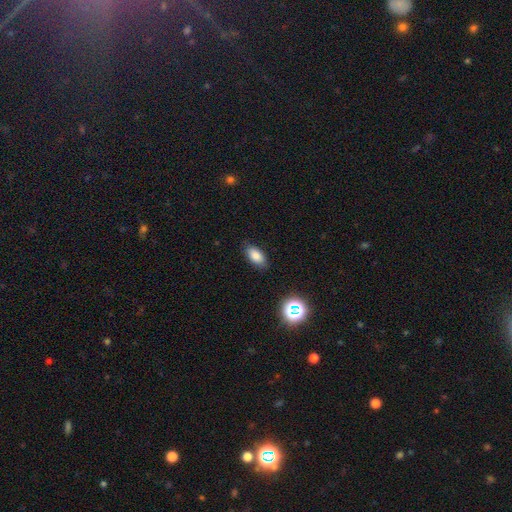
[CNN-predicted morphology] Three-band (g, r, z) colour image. It shows a smooth galaxy with no disk features (83%) that is in between round and cigar-shaped (90%). Merging: none (85%).